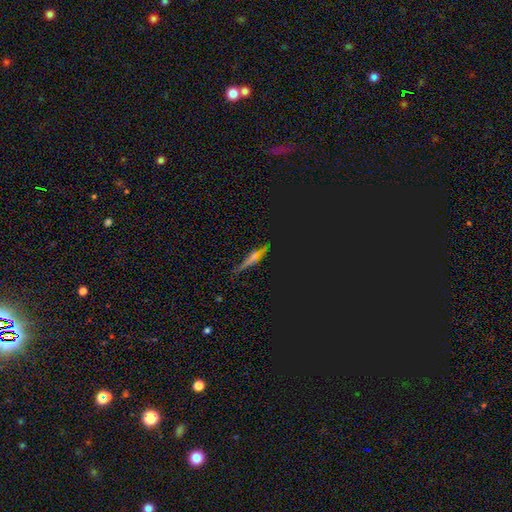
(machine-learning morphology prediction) Smooth or featured: featured or disk — 43% (star or artifact — 31%)
Merging: none — 79% (minor disturbance — 14%)